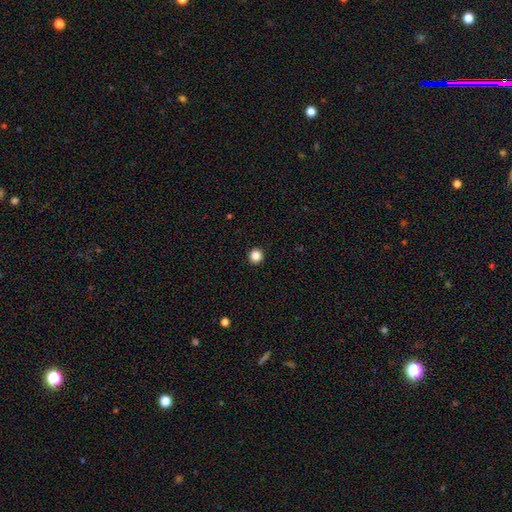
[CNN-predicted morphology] A smooth galaxy with no disk features (86%) that is round (95%).

Vote fractions:
- Smooth or featured? smooth: 86% / star or artifact: 11% / featured or disk: 3%
- How rounded? round: 95% / in between: 4% / cigar-shaped: 1%
- Merging? none: 94% / minor disturbance: 4% / major disturbance: 1% / merger: 1%